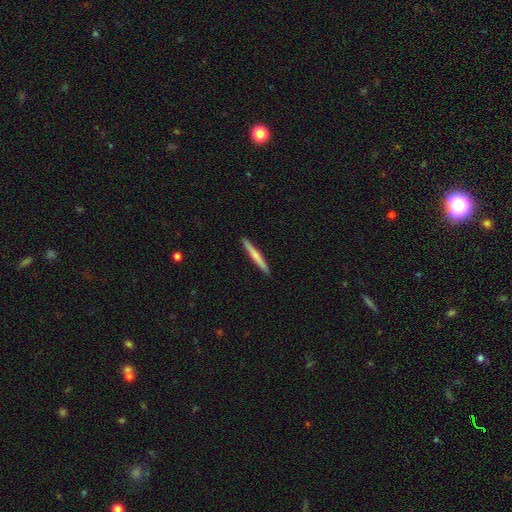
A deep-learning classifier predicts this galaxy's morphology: type=smooth (61%); roundness=cigar-shaped (97%); merging=none (92%).